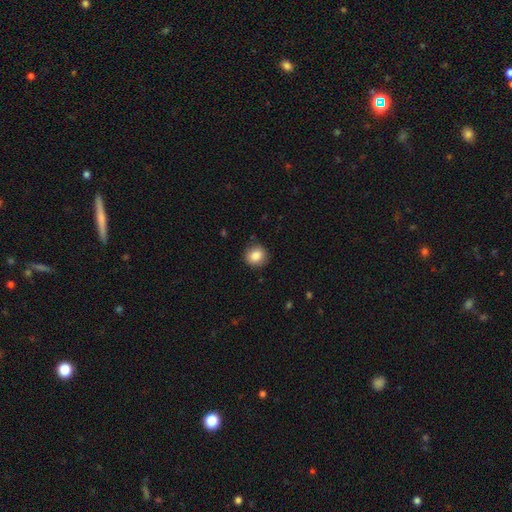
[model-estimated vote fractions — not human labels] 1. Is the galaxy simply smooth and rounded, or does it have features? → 86% smooth, 9% star or artifact, 5% featured or disk.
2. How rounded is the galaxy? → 87% round, 12% in between, 1% cigar-shaped.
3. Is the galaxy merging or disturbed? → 88% none, 9% minor disturbance, 2% major disturbance, 1% merger.